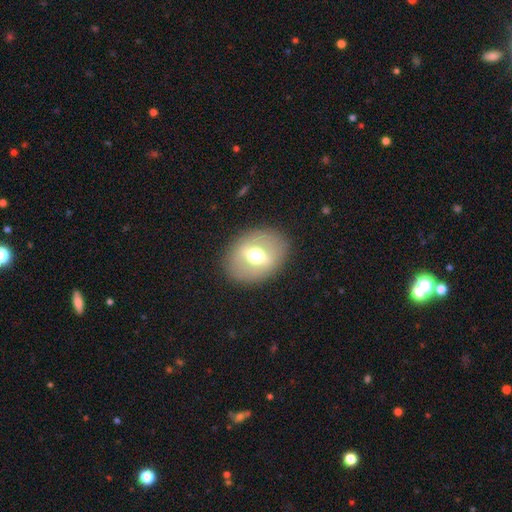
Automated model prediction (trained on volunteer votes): A smooth galaxy with no disk features (48%). Merging: none (86%).